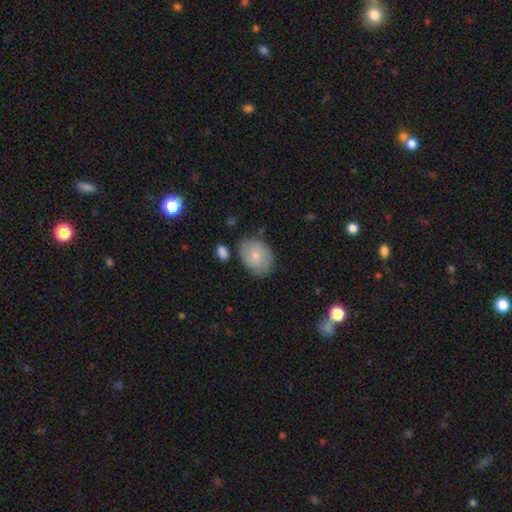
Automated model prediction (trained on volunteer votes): This appears to be a smooth galaxy with no disk features (73%) that is in between round and cigar-shaped (67%). Merging: none (71%).